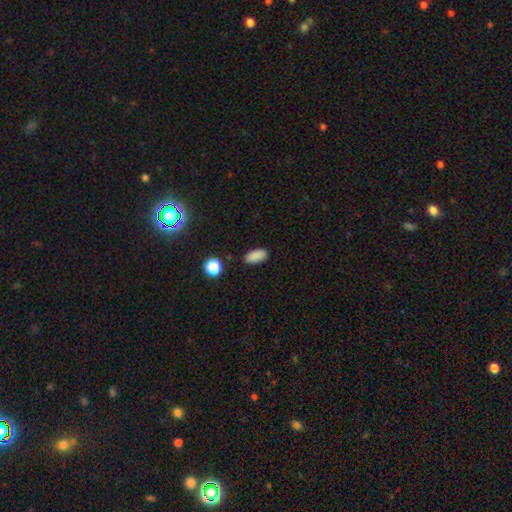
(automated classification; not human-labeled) Overall: smooth (86%). How rounded: in between (88%). Merging: none (86%).